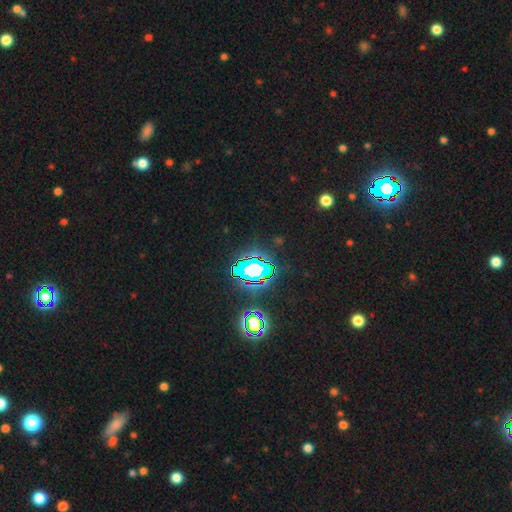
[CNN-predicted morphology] star or artifact 80%, smooth 12%, featured or disk 8%.